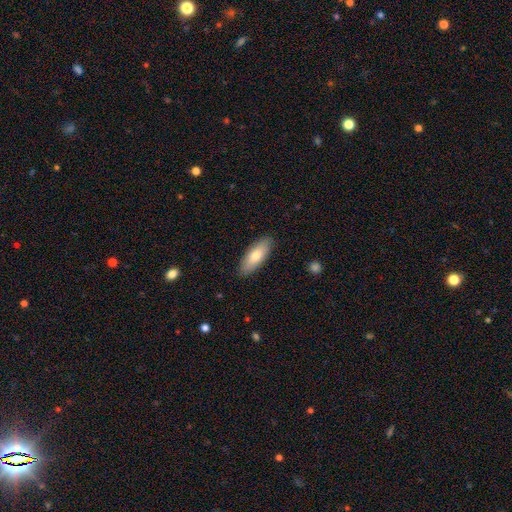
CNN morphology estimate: Smooth or featured?
  - smooth: 75% *
  - featured or disk: 19%
  - star or artifact: 6%
How rounded?
  - in between: 72% *
  - cigar-shaped: 26%
  - round: 2%
Merging?
  - none: 88% *
  - minor disturbance: 9%
  - major disturbance: 2%
  - merger: 1%